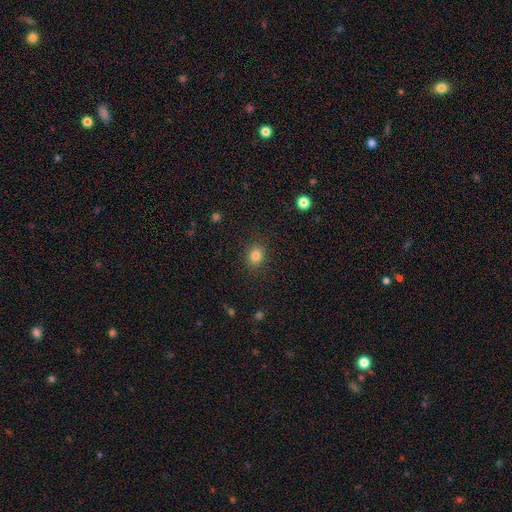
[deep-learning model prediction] Overall: smooth (83%). How rounded: round (58%; in between 41%). Merging: none (88%).